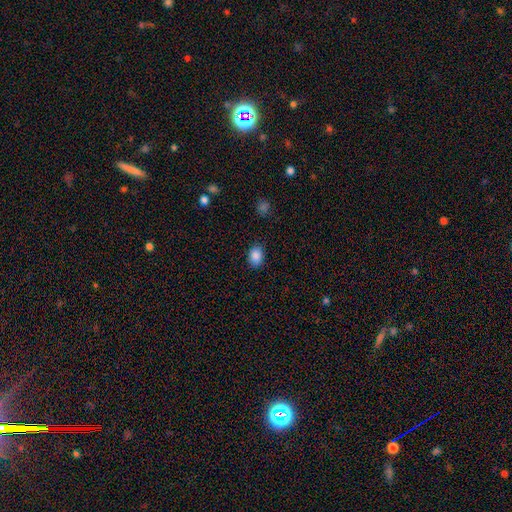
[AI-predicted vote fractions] Smooth or featured?
  - smooth: 87% *
  - star or artifact: 9%
  - featured or disk: 4%
How rounded?
  - in between: 71% *
  - round: 28%
  - cigar-shaped: 1%
Merging?
  - none: 85% *
  - minor disturbance: 11%
  - major disturbance: 3%
  - merger: 1%